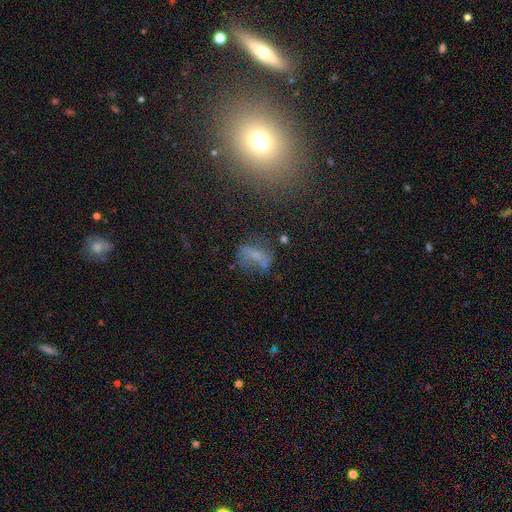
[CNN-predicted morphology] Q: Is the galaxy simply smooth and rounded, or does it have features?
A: smooth — 45%.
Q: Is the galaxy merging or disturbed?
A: none — 49%.